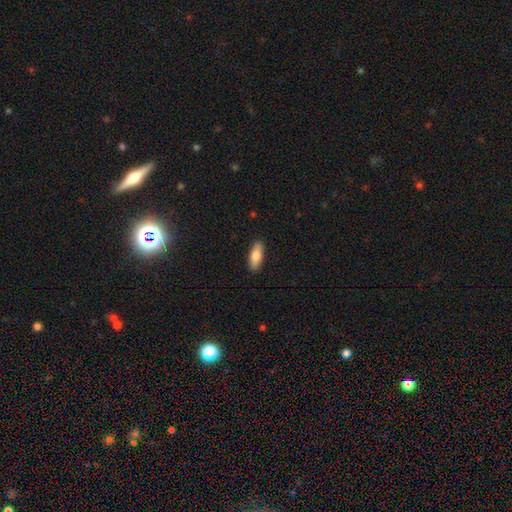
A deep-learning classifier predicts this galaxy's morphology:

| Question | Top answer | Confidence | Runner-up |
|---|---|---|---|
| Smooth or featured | smooth | 80% | featured or disk (14%) |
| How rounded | in between | 73% | cigar-shaped (25%) |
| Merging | none | 90% | minor disturbance (8%) |